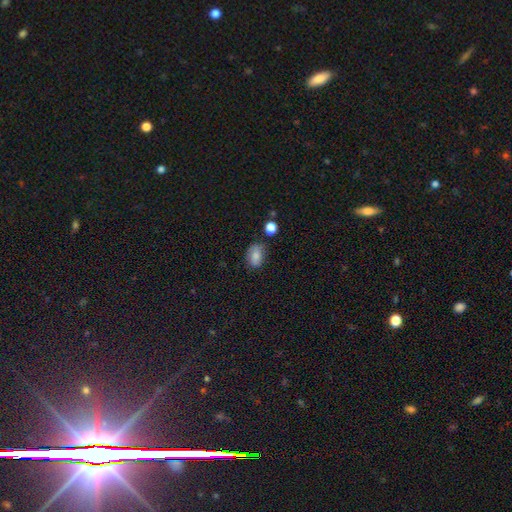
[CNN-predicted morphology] A smooth galaxy with no disk features (80%) that is in between round and cigar-shaped (77%).

Vote fractions:
- Smooth or featured? smooth: 80% / featured or disk: 10% / star or artifact: 10%
- How rounded? in between: 77% / round: 21% / cigar-shaped: 2%
- Merging? none: 67% / minor disturbance: 24% / major disturbance: 6% / merger: 4%